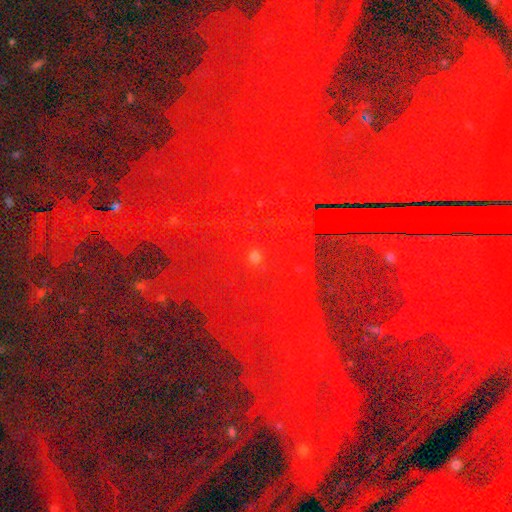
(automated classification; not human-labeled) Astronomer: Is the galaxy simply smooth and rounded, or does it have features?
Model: star or artifact — 89%.